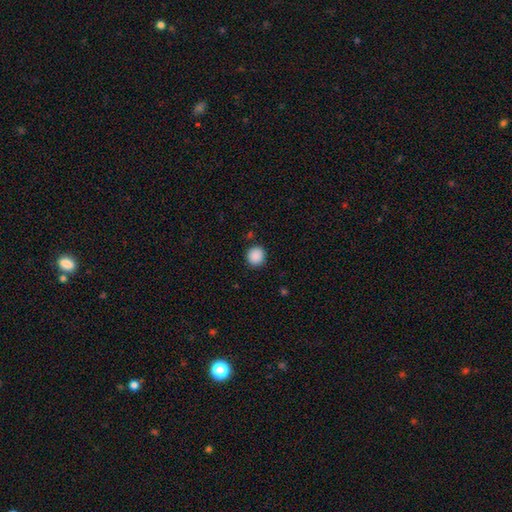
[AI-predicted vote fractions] smooth_or_featured: smooth (p=0.89) [alt: star or artifact p=0.09]
how_rounded: round (p=0.92) [alt: in between p=0.07]
merging: none (p=0.90) [alt: minor disturbance p=0.06]